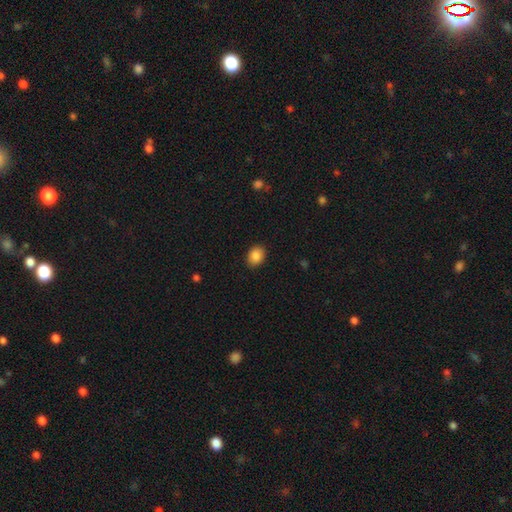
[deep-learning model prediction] Smooth or featured: smooth — 88% (star or artifact — 8%)
How rounded: in between — 64% (round — 36%)
Merging: none — 88% (minor disturbance — 9%)